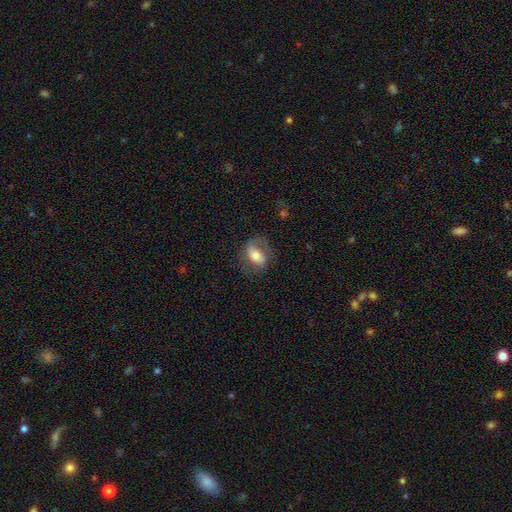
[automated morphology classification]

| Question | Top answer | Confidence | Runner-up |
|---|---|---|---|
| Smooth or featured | featured or disk | 49% | smooth (44%) |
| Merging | none | 60% | minor disturbance (21%) |